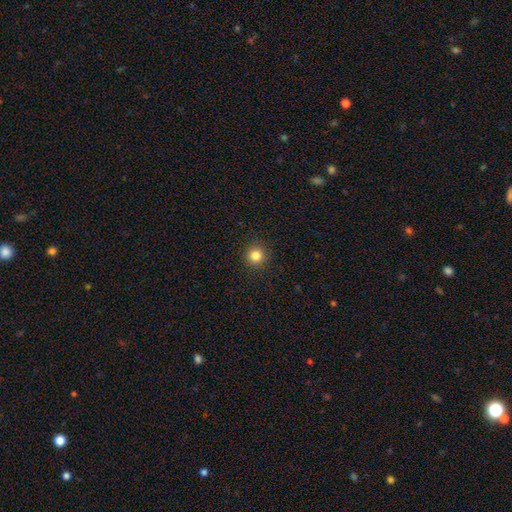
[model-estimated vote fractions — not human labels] Overall: smooth (83%). How rounded: round (95%). Merging: none (92%).